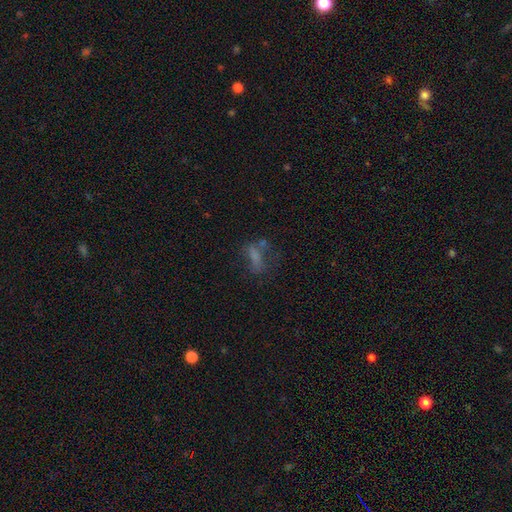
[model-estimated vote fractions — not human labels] Smooth or featured: smooth — 54% (featured or disk — 25%)
How rounded: in between — 67% (cigar-shaped — 25%)
Merging: none — 39% (major disturbance — 26%)